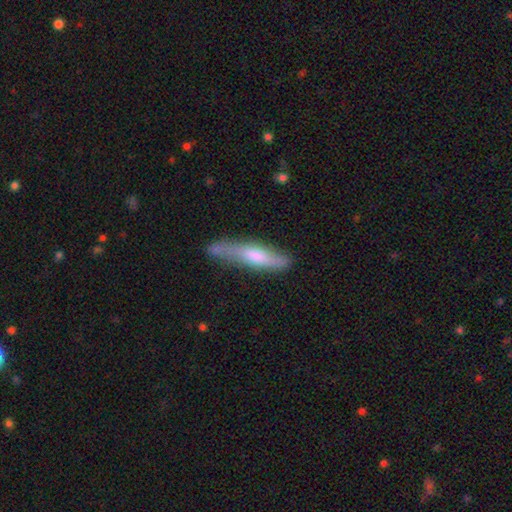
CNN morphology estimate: smooth_or_featured: smooth (p=0.55) [alt: featured or disk p=0.40]
how_rounded: cigar-shaped (p=0.83) [alt: in between p=0.15]
merging: none (p=0.64) [alt: minor disturbance p=0.26]